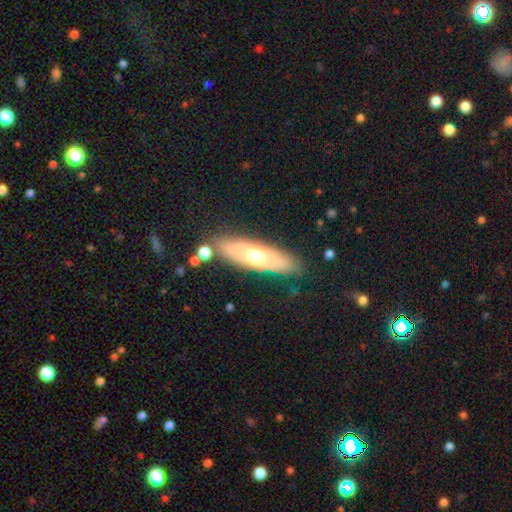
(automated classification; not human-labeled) Smooth or featured? smooth (54%)
How rounded? cigar-shaped (58%)
Merging? none (82%)